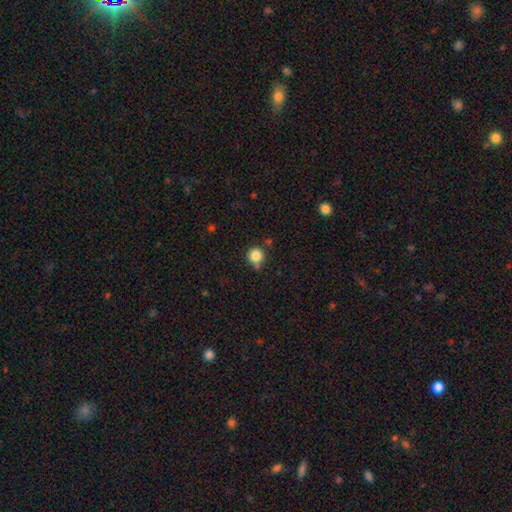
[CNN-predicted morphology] A smooth galaxy with no disk features (84%) that is round (95%). Merging: none (76%).